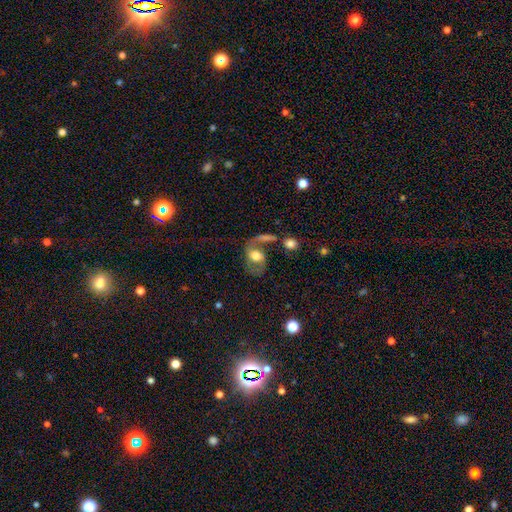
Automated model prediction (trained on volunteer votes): Overall: featured or disk (58%; smooth 34%). Edge-on disk: no (94%). Bar: no (53%; weak 33%). Spiral arms: yes (71%). Bulge size: moderate (52%; large 36%). Merging: none (41%; major disturbance 23%).